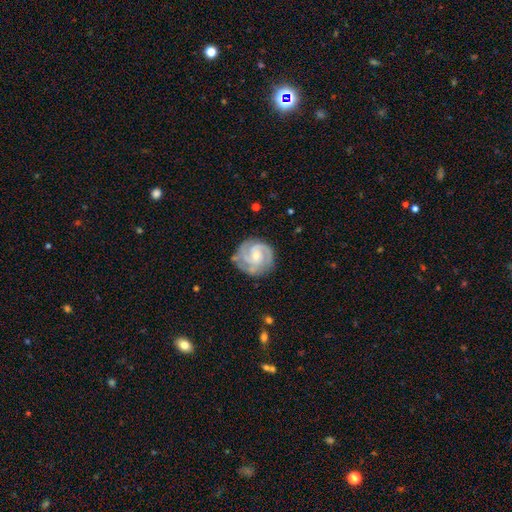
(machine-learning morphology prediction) smooth_or_featured: featured or disk (p=0.88) [alt: smooth p=0.07]
disk_edge_on: no (p=0.98) [alt: yes p=0.02]
bar: no (p=0.64) [alt: weak p=0.30]
has_spiral_arms: yes (p=0.98) [alt: no p=0.02]
spiral_winding: tight (p=0.60) [alt: medium p=0.35]
spiral_arm_count: 3 (p=0.43) [alt: 2 p=0.32]
bulge_size: small (p=0.63) [alt: moderate p=0.33]
merging: none (p=0.76) [alt: minor disturbance p=0.17]